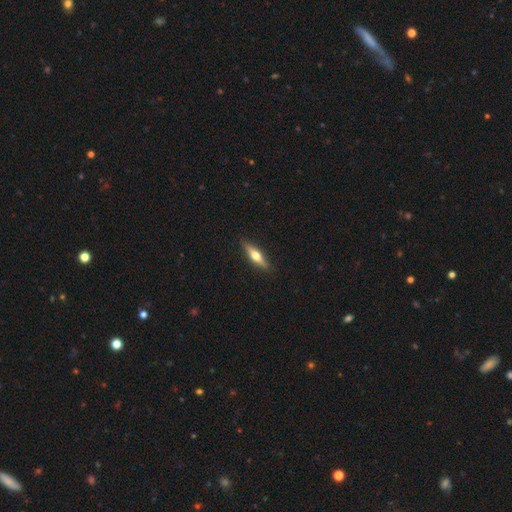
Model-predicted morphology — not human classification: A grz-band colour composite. It shows a featured or disk galaxy (52%) viewed edge-on (93%). Merging: none (89%).